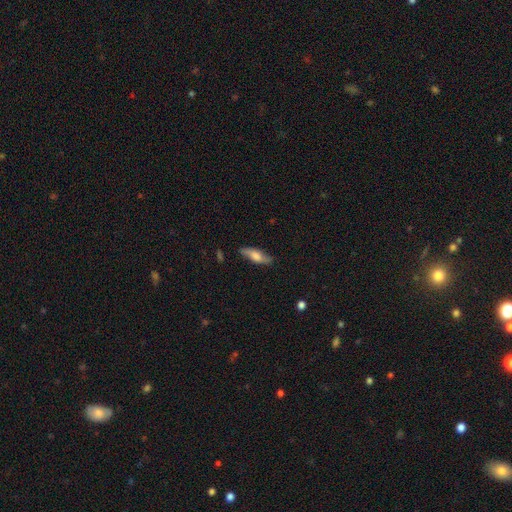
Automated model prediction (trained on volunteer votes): Overall: smooth (50%; featured or disk 43%). How rounded: in between (49%; cigar-shaped 48%). Merging: none (81%).